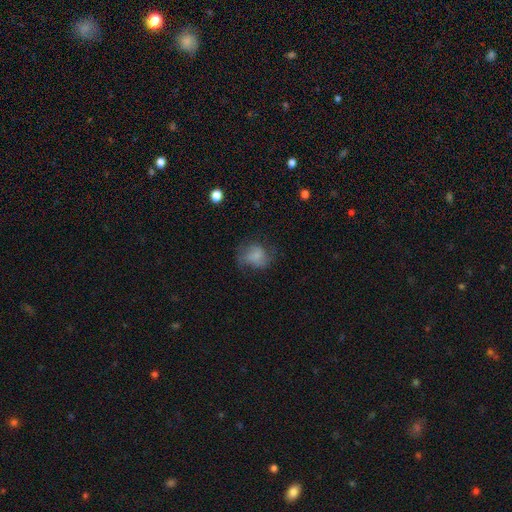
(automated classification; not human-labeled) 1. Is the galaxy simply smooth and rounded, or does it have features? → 64% smooth, 26% featured or disk, 11% star or artifact.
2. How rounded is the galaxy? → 55% round, 43% in between, 1% cigar-shaped.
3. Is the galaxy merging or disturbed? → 51% none, 25% minor disturbance, 22% major disturbance, 2% merger.